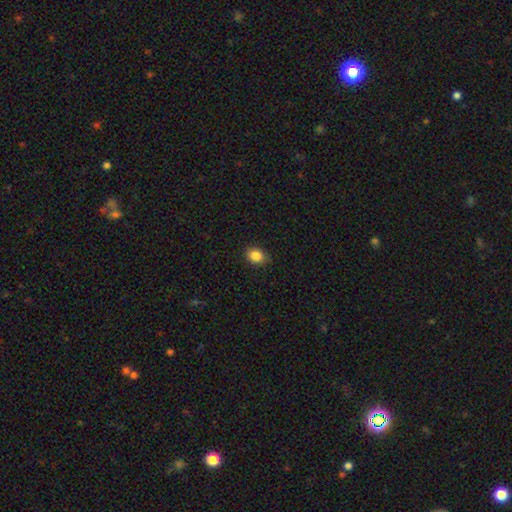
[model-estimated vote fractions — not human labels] smooth-or-featured: smooth: 86% | star or artifact: 10% | featured or disk: 5%
  how-rounded: in between: 60% | round: 39% | cigar-shaped: 1%
  merging: none: 84% | minor disturbance: 13% | major disturbance: 2% | merger: 1%